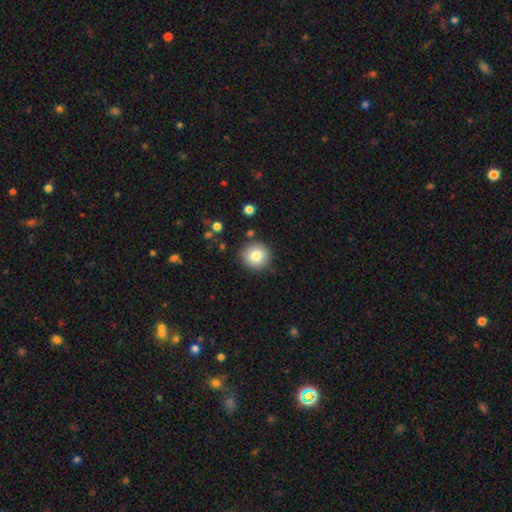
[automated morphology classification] Q: Smooth or featured?
A: smooth (82%); runner-up: star or artifact (9%)
Q: How rounded?
A: round (93%); runner-up: in between (6%)
Q: Merging?
A: none (87%); runner-up: minor disturbance (8%)